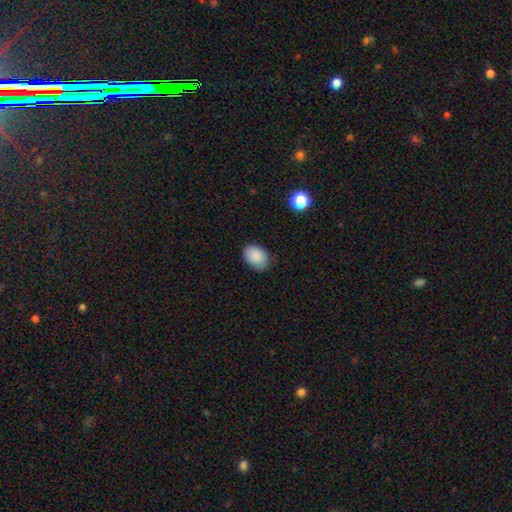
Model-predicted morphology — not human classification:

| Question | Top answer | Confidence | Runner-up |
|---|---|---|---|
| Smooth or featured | smooth | 88% | star or artifact (8%) |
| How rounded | in between | 78% | round (21%) |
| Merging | none | 79% | minor disturbance (16%) |